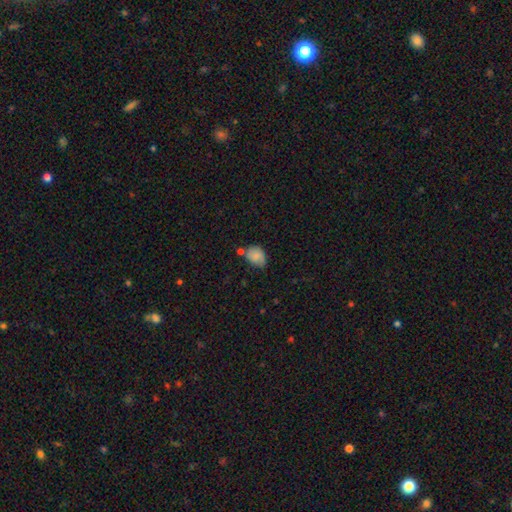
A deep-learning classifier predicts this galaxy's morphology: Overall: smooth (78%). How rounded: in between (61%; round 38%). Merging: none (50%; minor disturbance 33%).